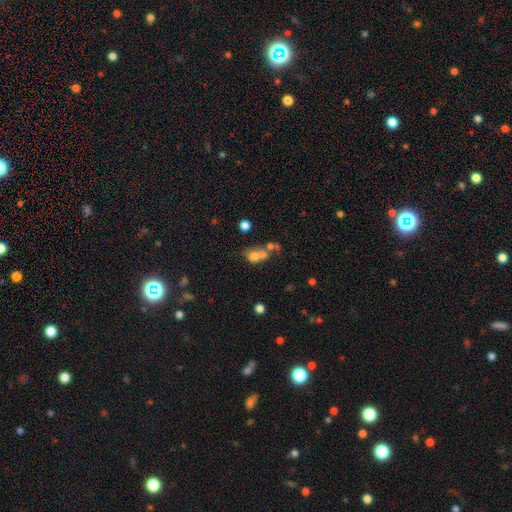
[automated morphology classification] Smooth or featured? smooth (67%)
How rounded? round (53%)
Merging? merger (54%)